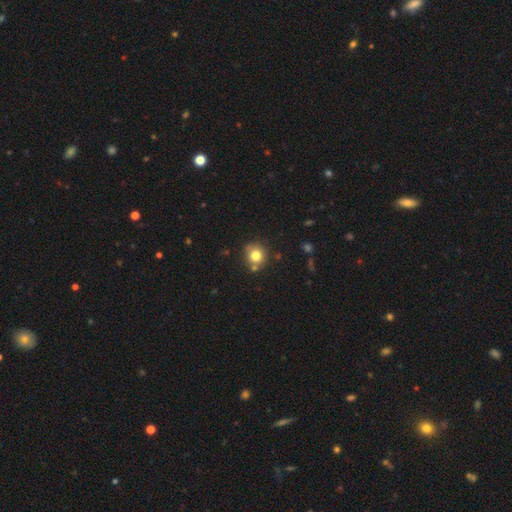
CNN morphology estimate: A smooth galaxy with no disk features (78%) that is round (87%).

Vote fractions:
- Smooth or featured? smooth: 78% / star or artifact: 12% / featured or disk: 10%
- How rounded? round: 87% / in between: 13% / cigar-shaped: 1%
- Merging? none: 72% / minor disturbance: 13% / merger: 11% / major disturbance: 3%